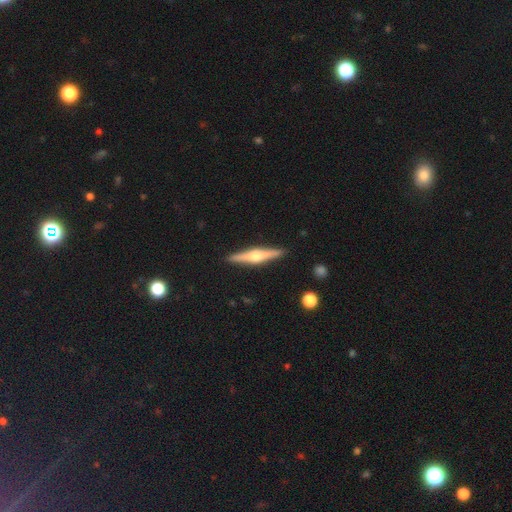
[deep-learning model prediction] A featured or disk galaxy (71%) viewed edge-on (98%) with a rounded central bulge (92%).

Vote fractions:
- Smooth or featured? featured or disk: 71% / smooth: 24% / star or artifact: 5%
- Edge-on disk? yes: 98% / no: 2%
- Edge-on bulge? rounded: 92% / boxy: 5% / none: 3%
- Merging? none: 91% / minor disturbance: 6% / major disturbance: 1% / merger: 1%